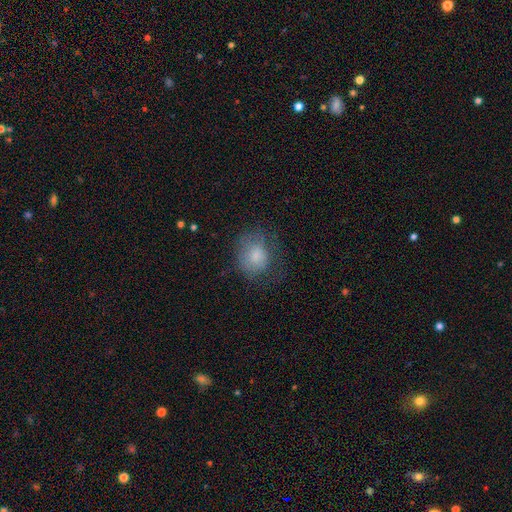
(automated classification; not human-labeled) smooth 73%, featured or disk 17%, star or artifact 10%. Down the decision tree: how rounded — round (63%); merging — none (52%).